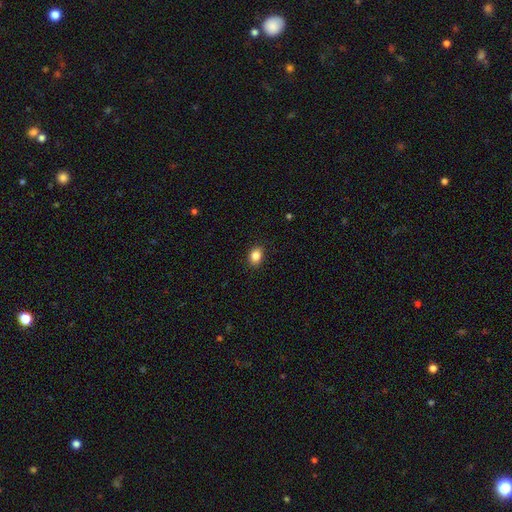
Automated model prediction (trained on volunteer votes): Smooth or featured? Predicted: smooth (p=0.85). How rounded? Predicted: in between (p=0.62). Merging? Predicted: none (p=0.89).